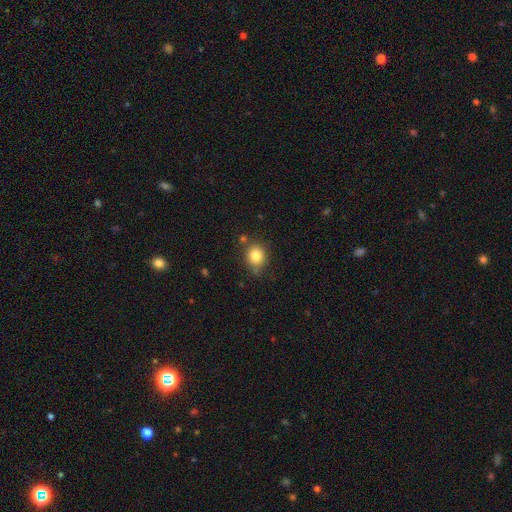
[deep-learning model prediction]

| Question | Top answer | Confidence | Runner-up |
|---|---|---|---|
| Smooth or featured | smooth | 83% | star or artifact (10%) |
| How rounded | round | 73% | in between (26%) |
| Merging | none | 72% | minor disturbance (17%) |